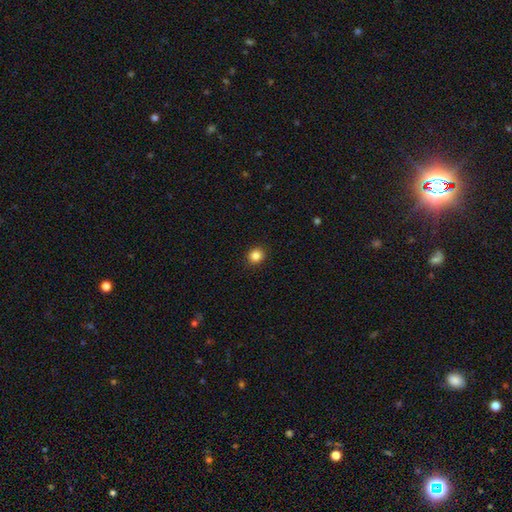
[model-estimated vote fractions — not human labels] A smooth galaxy with no disk features (85%) that is round (81%).

Vote fractions:
- Smooth or featured? smooth: 85% / star or artifact: 11% / featured or disk: 4%
- How rounded? round: 81% / in between: 18% / cigar-shaped: 1%
- Merging? none: 92% / minor disturbance: 6% / major disturbance: 2% / merger: 1%